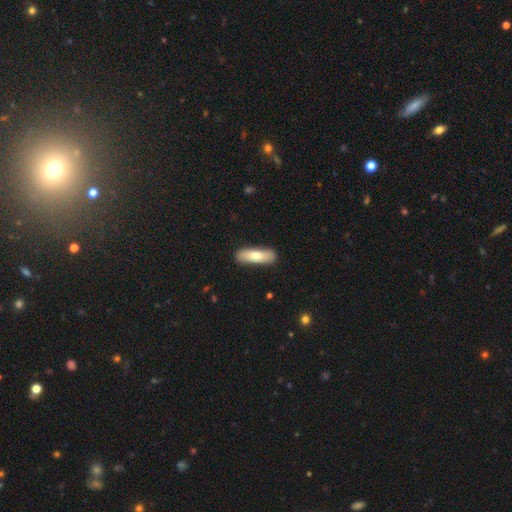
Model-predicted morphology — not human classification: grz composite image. It shows a smooth galaxy with no disk features (71%) that is cigar-shaped (55%). Merging: none (87%).